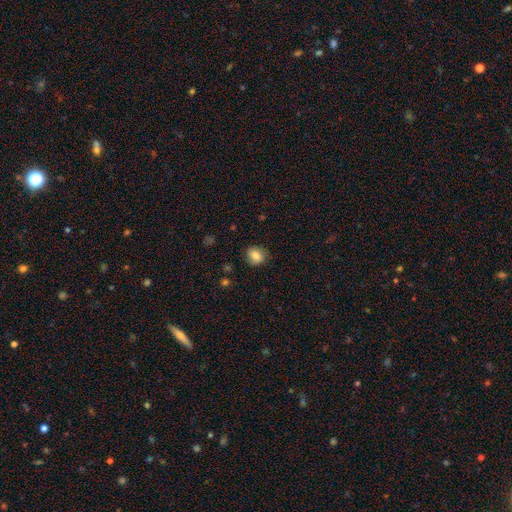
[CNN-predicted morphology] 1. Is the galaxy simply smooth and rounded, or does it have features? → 81% smooth, 10% featured or disk, 9% star or artifact.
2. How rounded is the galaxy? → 61% round, 38% in between, 1% cigar-shaped.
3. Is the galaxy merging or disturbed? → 79% none, 15% minor disturbance, 4% major disturbance, 1% merger.